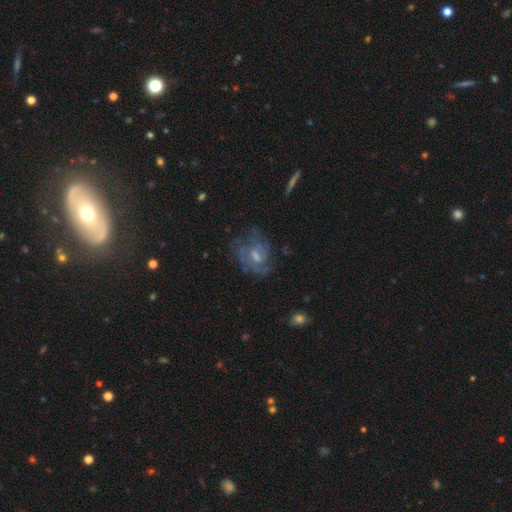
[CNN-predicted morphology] Smooth or featured? Predicted: featured or disk (p=0.72). Edge-on disk? Predicted: no (p=0.96). Bar? Predicted: no (p=0.48). Spiral arms? Predicted: yes (p=0.85). Spiral winding? Predicted: tight (p=0.48). Spiral arm count? Predicted: can't tell (p=0.41). Bulge size? Predicted: moderate (p=0.51). Merging? Predicted: none (p=0.66).